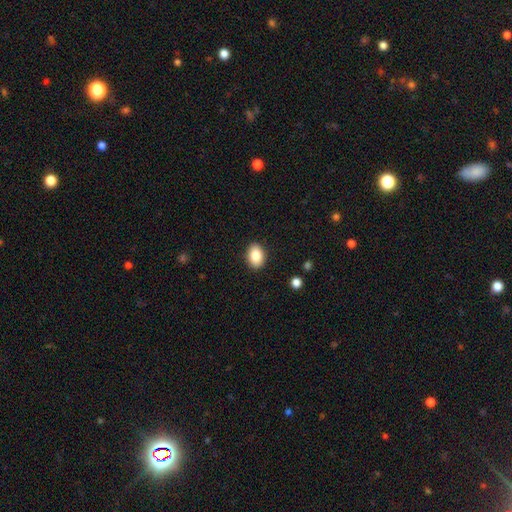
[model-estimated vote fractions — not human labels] A smooth galaxy with no disk features (86%) that is in between round and cigar-shaped (80%).

Vote fractions:
- Smooth or featured? smooth: 86% / star or artifact: 8% / featured or disk: 6%
- How rounded? in between: 80% / round: 19% / cigar-shaped: 1%
- Merging? none: 90% / minor disturbance: 7% / major disturbance: 2% / merger: 1%